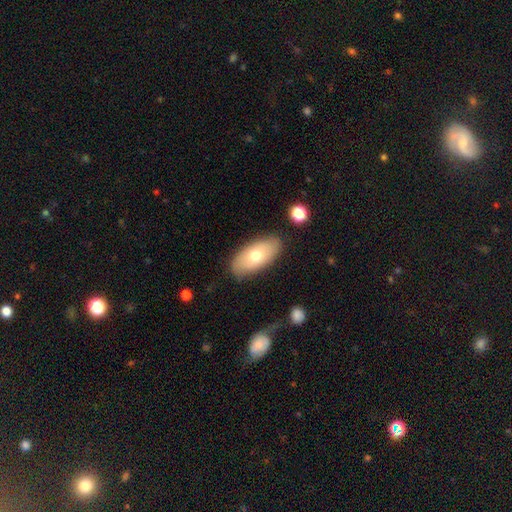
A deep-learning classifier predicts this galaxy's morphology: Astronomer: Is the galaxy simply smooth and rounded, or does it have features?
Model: smooth — 68%.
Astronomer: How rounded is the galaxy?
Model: in between — 92%.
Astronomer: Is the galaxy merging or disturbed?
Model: none — 83%.